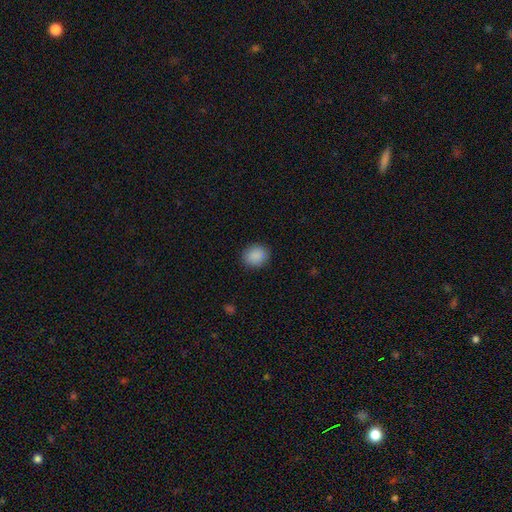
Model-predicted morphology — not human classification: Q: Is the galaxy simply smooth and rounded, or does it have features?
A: smooth — 89%.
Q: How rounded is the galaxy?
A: round — 72%.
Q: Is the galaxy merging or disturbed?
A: none — 89%.